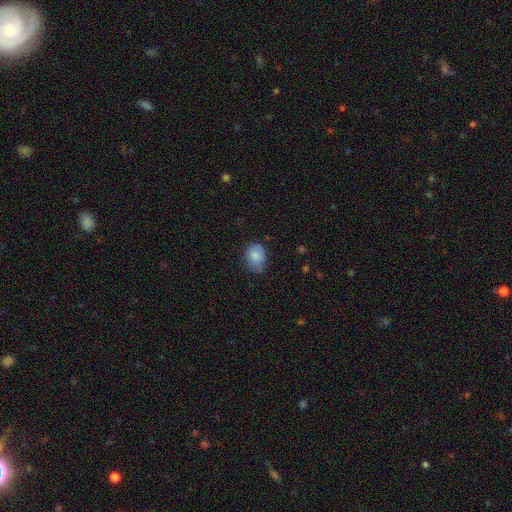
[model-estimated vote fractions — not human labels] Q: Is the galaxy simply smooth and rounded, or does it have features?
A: smooth — 83%.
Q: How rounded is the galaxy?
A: in between — 65%.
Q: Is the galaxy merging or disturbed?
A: none — 57%.